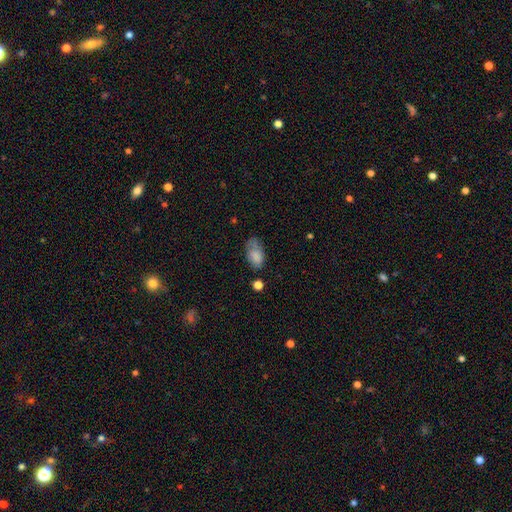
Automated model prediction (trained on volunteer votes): Morphology: type=smooth (77%); roundness=in between (92%); merging=none (48%).